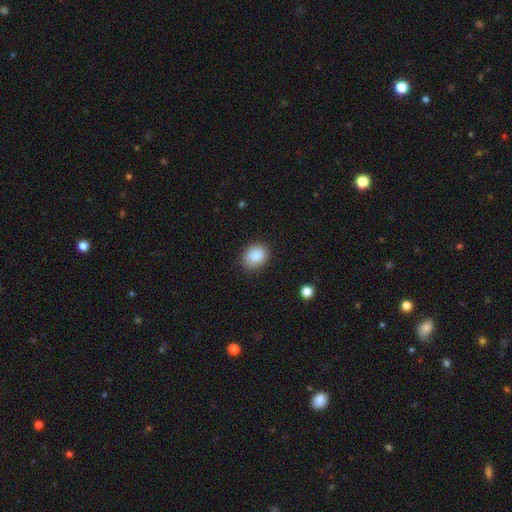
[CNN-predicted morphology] This appears to be a smooth galaxy with no disk features (87%) that is in between round and cigar-shaped (53%). Merging: none (83%).